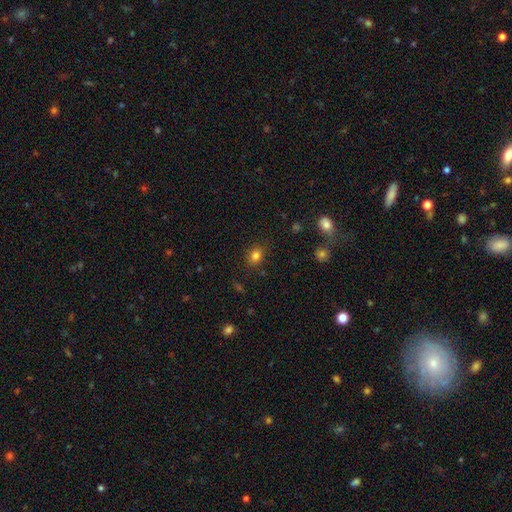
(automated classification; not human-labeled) Smooth or featured? Predicted: smooth (p=0.82). How rounded? Predicted: in between (p=0.55). Merging? Predicted: none (p=0.84).